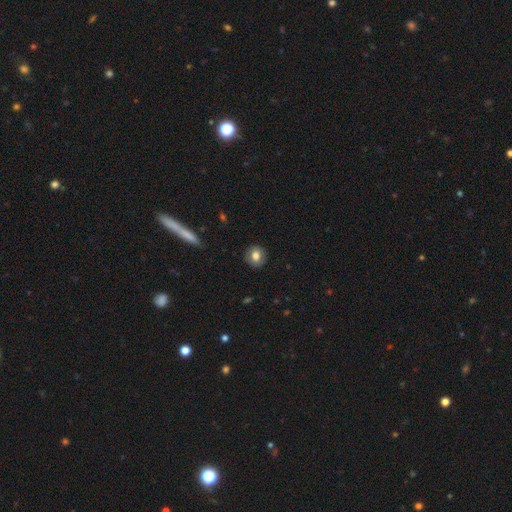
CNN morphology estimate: smooth_or_featured: smooth (p=0.75) [alt: featured or disk p=0.17]
how_rounded: round (p=0.80) [alt: in between p=0.19]
merging: none (p=0.87) [alt: minor disturbance p=0.10]